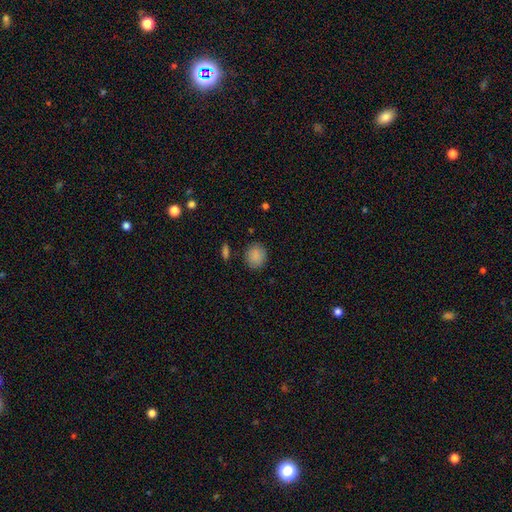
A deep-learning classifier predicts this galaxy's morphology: This is clearly a smooth galaxy (88%). How rounded: likely round (77%). Merging: clearly none (86%).